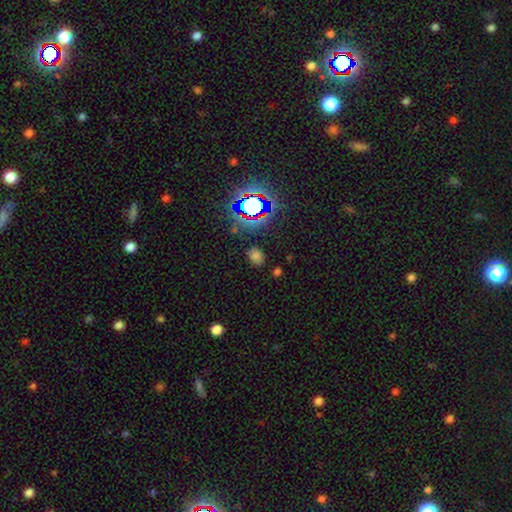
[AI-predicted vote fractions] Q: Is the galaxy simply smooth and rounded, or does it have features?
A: smooth — 63%.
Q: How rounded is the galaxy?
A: in between — 62%.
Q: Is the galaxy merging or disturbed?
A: none — 80%.